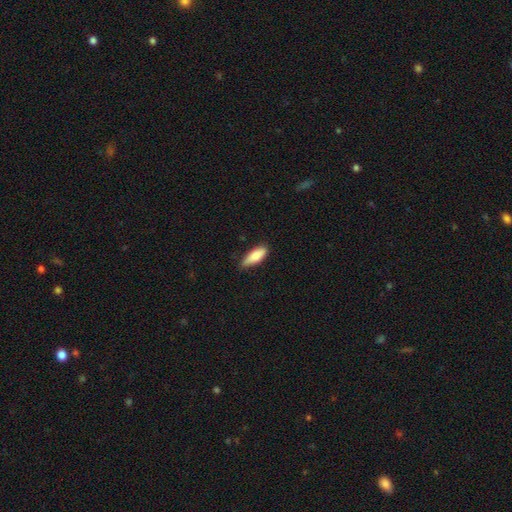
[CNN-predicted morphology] smooth-or-featured: smooth: 84% | featured or disk: 10% | star or artifact: 6%
  how-rounded: in between: 67% | cigar-shaped: 31% | round: 2%
  merging: none: 73% | minor disturbance: 23% | major disturbance: 3% | merger: 1%